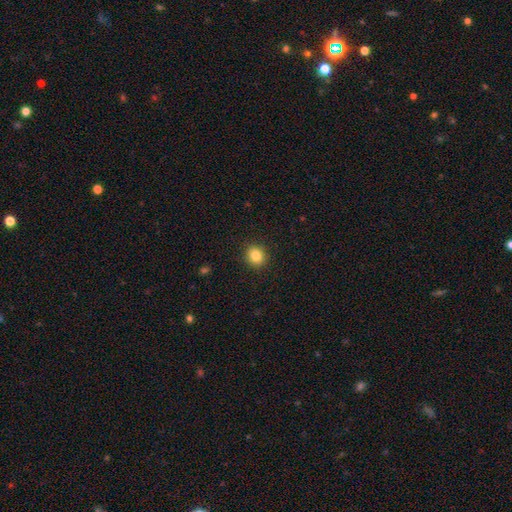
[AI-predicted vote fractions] A smooth galaxy with no disk features (83%) that is round (79%). Merging: none (91%).